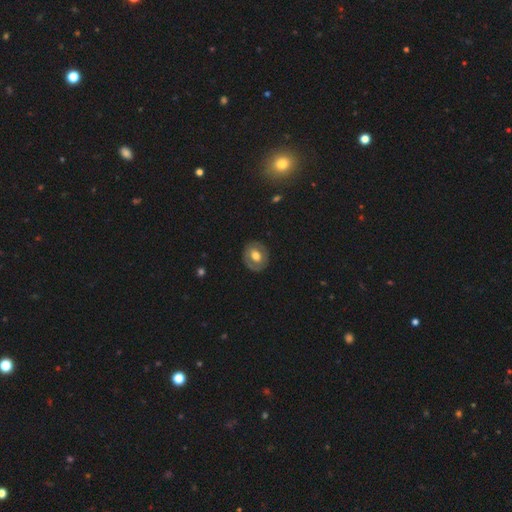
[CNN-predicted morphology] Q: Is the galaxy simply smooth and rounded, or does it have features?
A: smooth — 47%, tied with featured or disk.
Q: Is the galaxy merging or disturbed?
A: none — 83%.